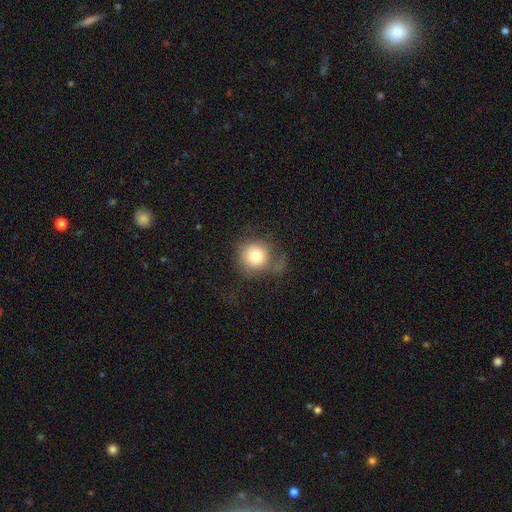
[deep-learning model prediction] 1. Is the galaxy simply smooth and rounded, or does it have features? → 75% smooth, 13% featured or disk, 11% star or artifact.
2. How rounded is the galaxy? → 91% round, 8% in between, 1% cigar-shaped.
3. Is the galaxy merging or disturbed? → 53% none, 24% minor disturbance, 18% major disturbance, 4% merger.